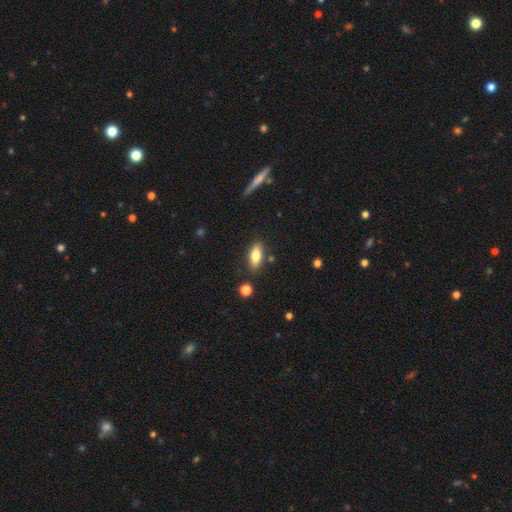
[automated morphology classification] smooth 81%, featured or disk 12%, star or artifact 7%. Down the decision tree: how rounded — in between (81%); merging — none (83%).